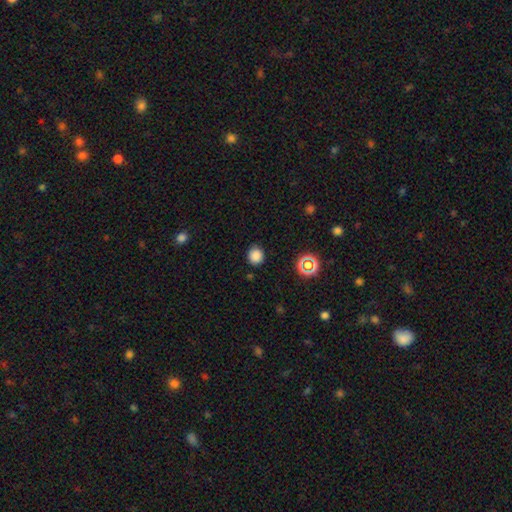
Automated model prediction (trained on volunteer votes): Smooth or featured: smooth — 82% (star or artifact — 14%)
How rounded: round — 87% (in between — 12%)
Merging: none — 86% (minor disturbance — 9%)